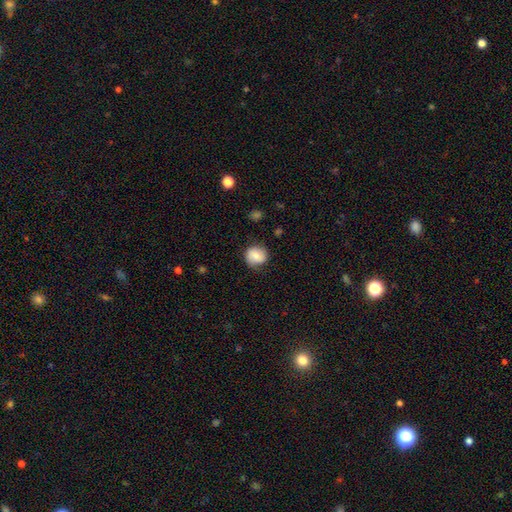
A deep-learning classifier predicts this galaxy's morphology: Smooth or featured? Predicted: smooth (p=0.70). How rounded? Predicted: round (p=0.85). Merging? Predicted: none (p=0.77).